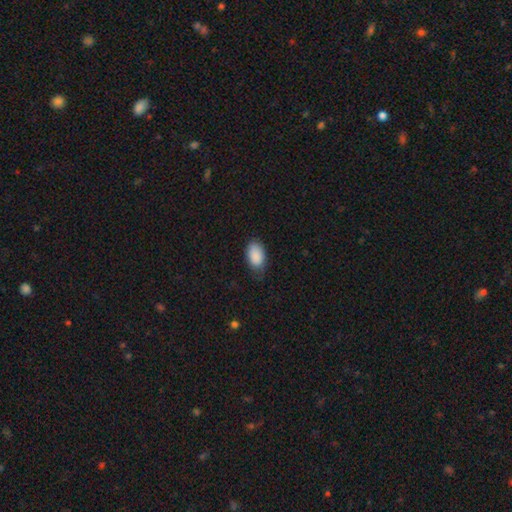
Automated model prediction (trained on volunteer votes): Smooth or featured? Predicted: smooth (p=0.89). How rounded? Predicted: in between (p=0.92). Merging? Predicted: none (p=0.68).